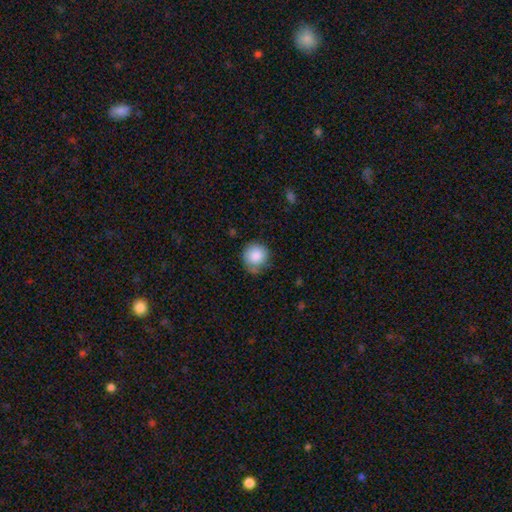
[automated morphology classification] type=smooth (86%); roundness=round (92%); merging=none (68%).